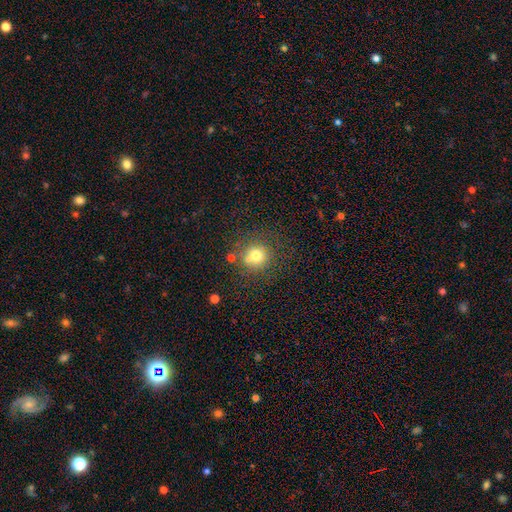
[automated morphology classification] smooth_or_featured: smooth (p=0.75) [alt: star or artifact p=0.15]
how_rounded: round (p=0.91) [alt: in between p=0.08]
merging: none (p=0.71) [alt: merger p=0.13]